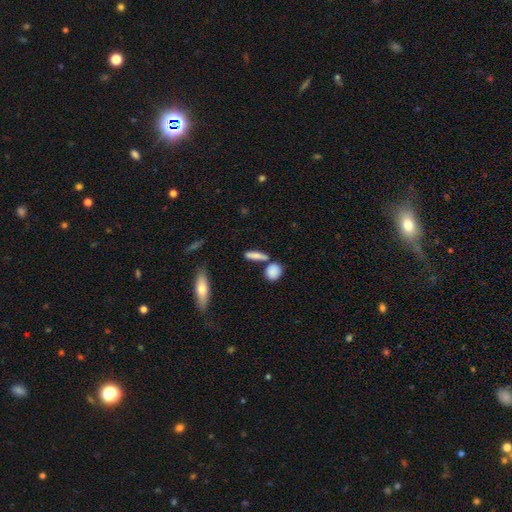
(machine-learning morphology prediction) smooth_or_featured: smooth (p=0.75) [alt: featured or disk p=0.17]
how_rounded: cigar-shaped (p=0.59) [alt: in between p=0.31]
merging: none (p=0.68) [alt: merger p=0.16]